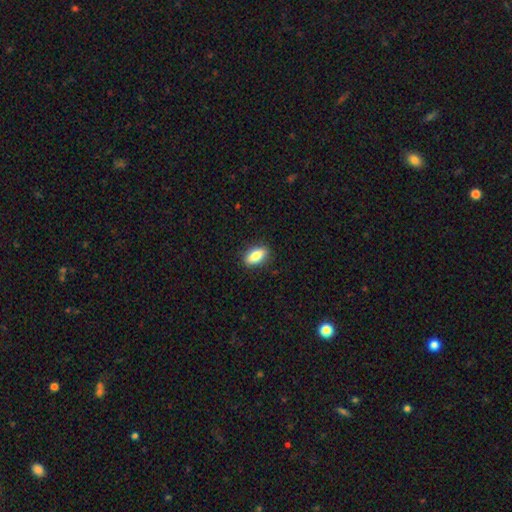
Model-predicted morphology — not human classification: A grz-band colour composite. It shows a smooth galaxy with no disk features (81%) that is in between round and cigar-shaped (85%). Merging: none (88%).